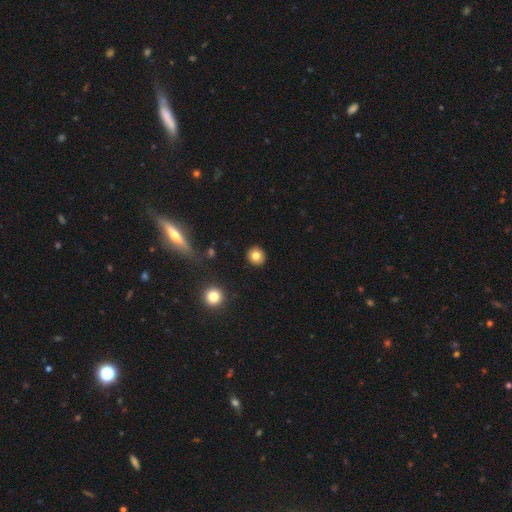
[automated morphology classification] This appears to be a smooth galaxy with no disk features (81%) that is round (87%). Merging: none (91%).